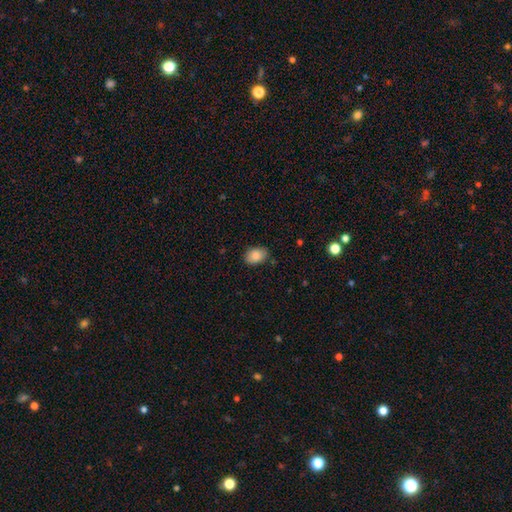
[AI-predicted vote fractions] The model was most divided on "how rounded": in between: 82%, round: 17%, cigar-shaped: 1%. More confident: smooth or featured — smooth (85%); merging — none (84%).